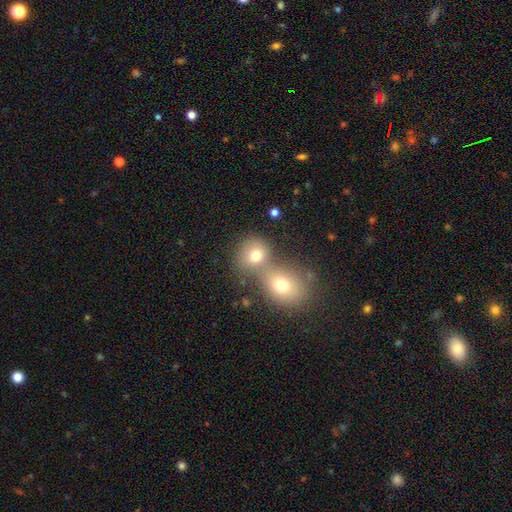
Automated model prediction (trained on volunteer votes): Smooth or featured?
  - smooth: 74% *
  - featured or disk: 14%
  - star or artifact: 13%
How rounded?
  - round: 75% *
  - in between: 24%
  - cigar-shaped: 1%
Merging?
  - merger: 55% *
  - none: 36%
  - minor disturbance: 6%
  - major disturbance: 3%